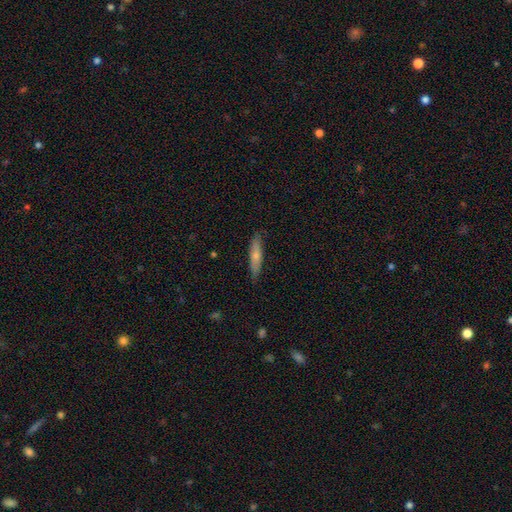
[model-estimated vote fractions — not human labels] This is likely a smooth galaxy (64%). How rounded: clearly cigar-shaped (82%). Merging: clearly none (85%).